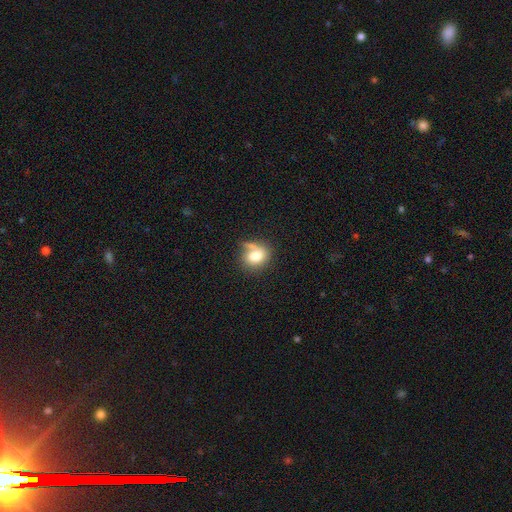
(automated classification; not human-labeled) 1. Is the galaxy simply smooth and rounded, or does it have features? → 77% smooth, 14% featured or disk, 9% star or artifact.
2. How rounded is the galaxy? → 59% round, 39% in between, 1% cigar-shaped.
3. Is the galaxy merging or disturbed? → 50% none, 20% minor disturbance, 19% merger, 11% major disturbance.